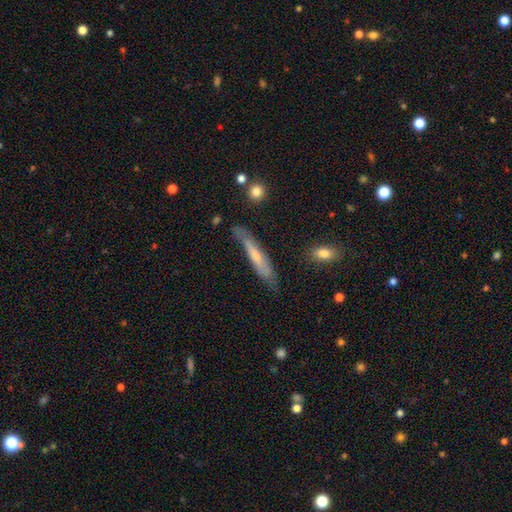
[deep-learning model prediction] Smooth or featured? featured or disk (50%)
Merging? none (68%)